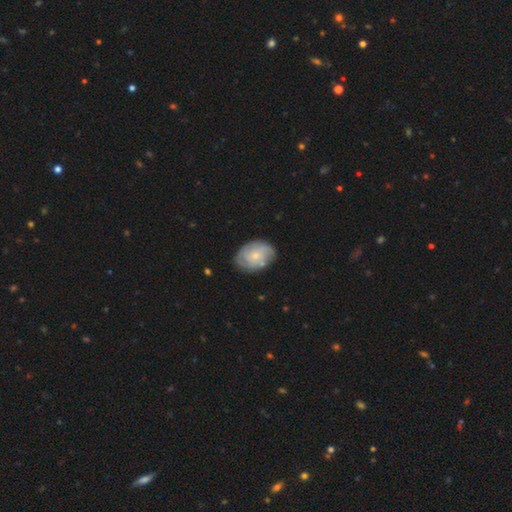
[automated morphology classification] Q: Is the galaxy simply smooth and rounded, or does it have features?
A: featured or disk — 52%.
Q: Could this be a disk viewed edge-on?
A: no — 97%.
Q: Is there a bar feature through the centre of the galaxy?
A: no — 80%.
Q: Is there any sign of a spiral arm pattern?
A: yes — 72%.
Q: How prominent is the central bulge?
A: small — 72%.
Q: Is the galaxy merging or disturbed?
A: none — 71%.